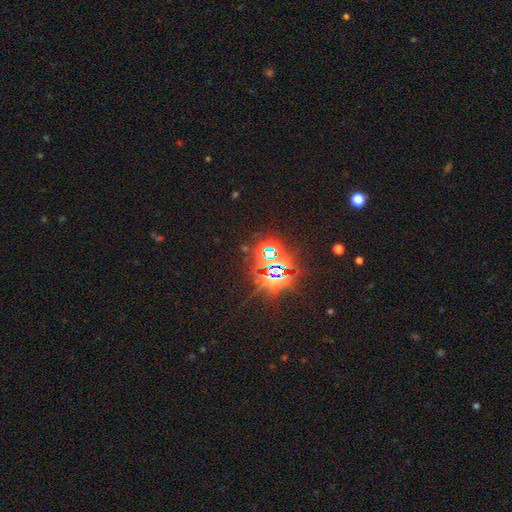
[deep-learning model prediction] Q: Smooth or featured?
A: star or artifact (81%); runner-up: smooth (11%)